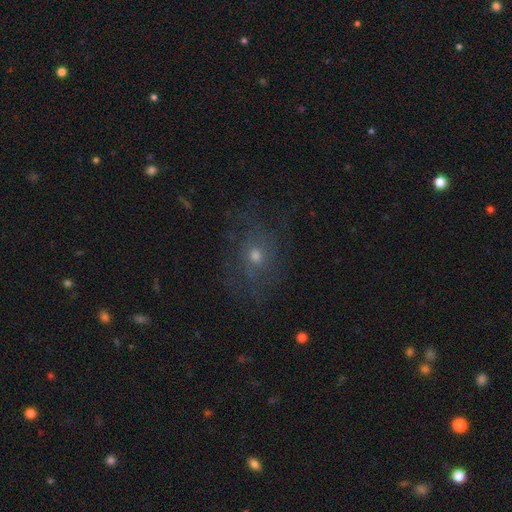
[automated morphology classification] The model was most divided on "smooth or featured": featured or disk: 53%, smooth: 30%, star or artifact: 18%. More confident: edge-on disk — no (95%); merging — none (69%).